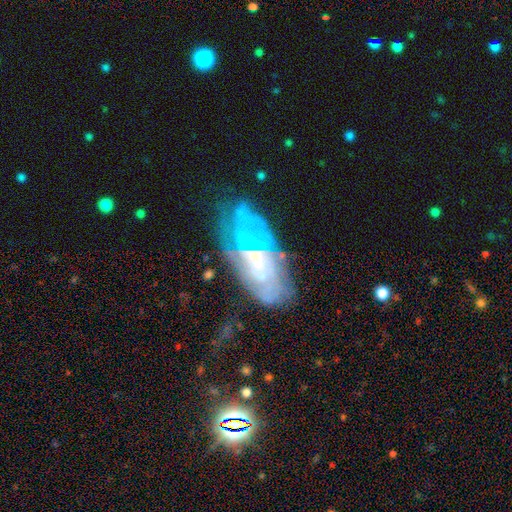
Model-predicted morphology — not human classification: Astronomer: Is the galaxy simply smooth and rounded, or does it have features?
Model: featured or disk — 69%.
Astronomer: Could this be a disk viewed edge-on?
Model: no — 91%.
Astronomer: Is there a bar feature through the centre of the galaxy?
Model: no — 59%.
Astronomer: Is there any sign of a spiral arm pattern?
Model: yes — 61% (runner-up: no, 39%).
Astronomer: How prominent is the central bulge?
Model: small — 45% (runner-up: moderate, 26%).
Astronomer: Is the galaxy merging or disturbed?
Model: none — 51%.